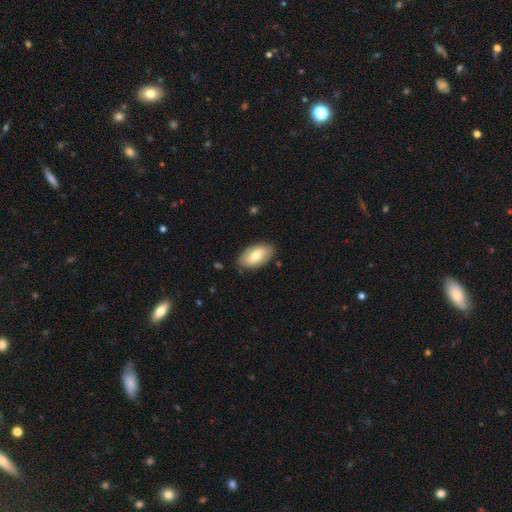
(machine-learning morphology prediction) type=smooth (67%); roundness=in between (94%); merging=none (83%).